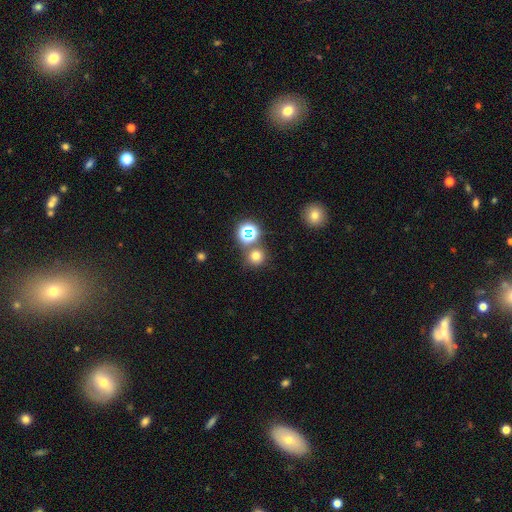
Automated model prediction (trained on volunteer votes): Morphology: type=smooth (68%); roundness=round (91%); merging=none (75%).